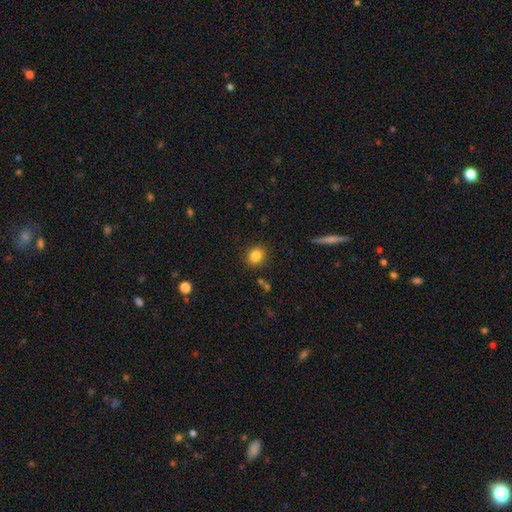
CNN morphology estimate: smooth 84%, star or artifact 10%, featured or disk 6%. Down the decision tree: how rounded — round (71%); merging — none (88%).